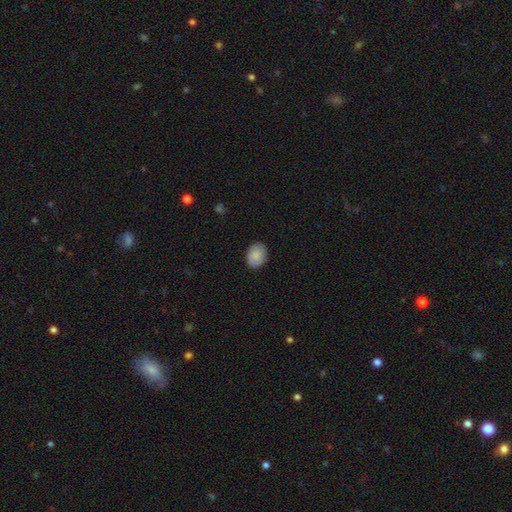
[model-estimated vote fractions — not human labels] This is clearly a smooth galaxy (88%). How rounded: likely in between (61%). Merging: clearly none (87%).